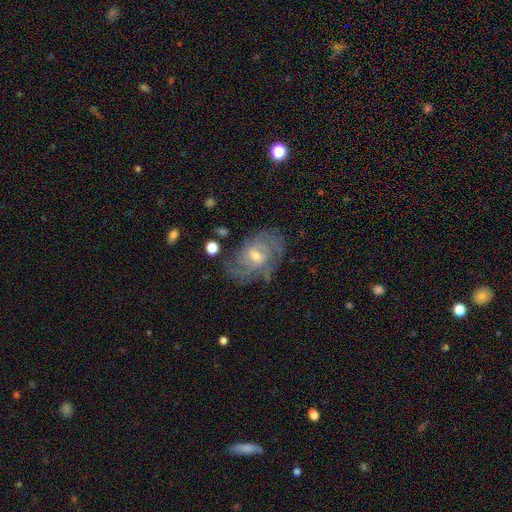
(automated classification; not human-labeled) smooth_or_featured: featured or disk (p=0.80) [alt: smooth p=0.13]
disk_edge_on: no (p=0.96) [alt: yes p=0.04]
bar: weak (p=0.46) [alt: no p=0.44]
has_spiral_arms: yes (p=0.91) [alt: no p=0.09]
spiral_winding: tight (p=0.58) [alt: medium p=0.33]
spiral_arm_count: can't tell (p=0.40) [alt: 2 p=0.22]
bulge_size: moderate (p=0.54) [alt: small p=0.41]
merging: none (p=0.70) [alt: minor disturbance p=0.19]